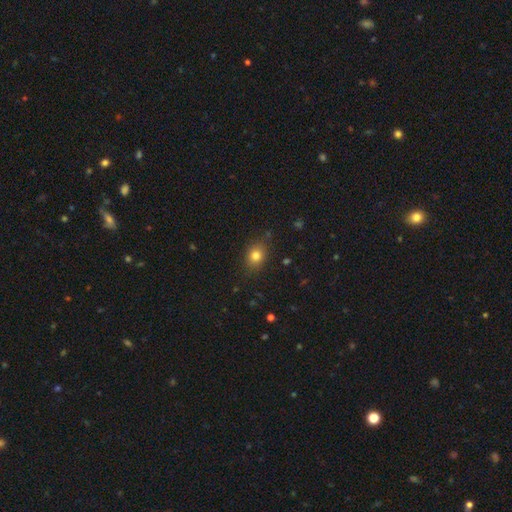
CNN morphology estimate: Q: Smooth or featured?
A: smooth (79%); runner-up: star or artifact (12%)
Q: How rounded?
A: in between (52%); runner-up: round (46%)
Q: Merging?
A: none (82%); runner-up: minor disturbance (13%)